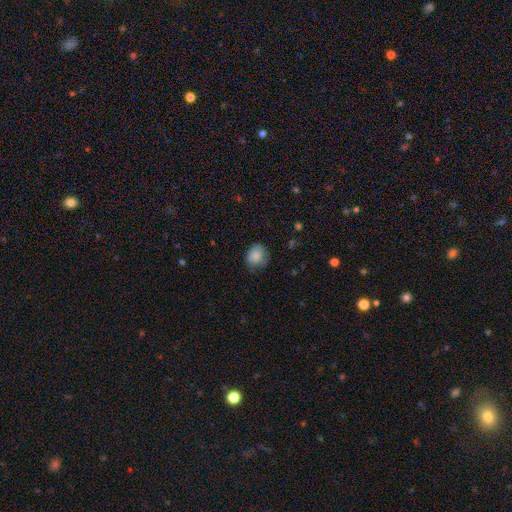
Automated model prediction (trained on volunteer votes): Smooth or featured?
  - smooth: 84% *
  - star or artifact: 8%
  - featured or disk: 8%
How rounded?
  - round: 65% *
  - in between: 34%
  - cigar-shaped: 1%
Merging?
  - none: 65% *
  - minor disturbance: 27%
  - major disturbance: 7%
  - merger: 1%